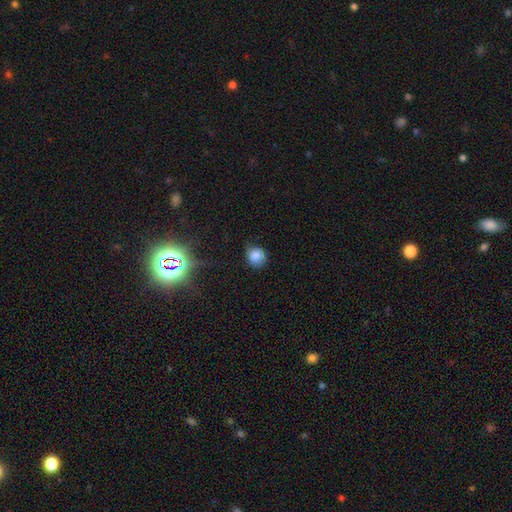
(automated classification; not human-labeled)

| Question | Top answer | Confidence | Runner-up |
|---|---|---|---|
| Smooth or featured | smooth | 82% | star or artifact (11%) |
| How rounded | round | 82% | in between (17%) |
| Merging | none | 66% | minor disturbance (26%) |